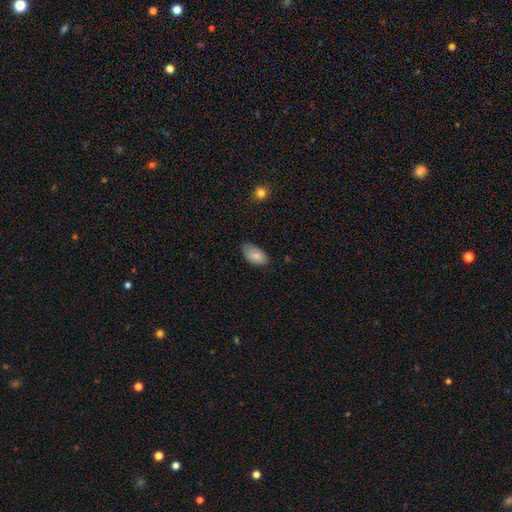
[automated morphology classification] Smooth or featured? smooth (82%)
How rounded? in between (94%)
Merging? none (66%)